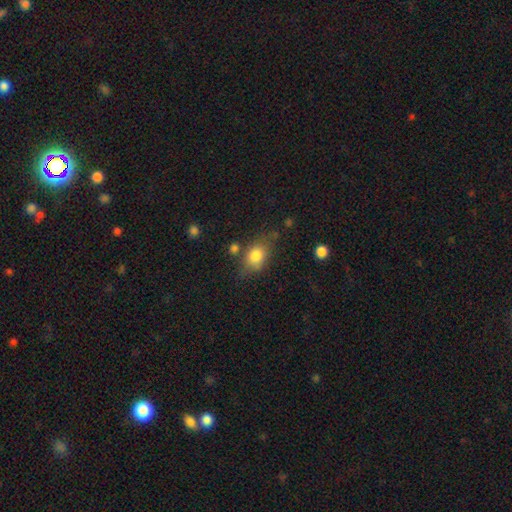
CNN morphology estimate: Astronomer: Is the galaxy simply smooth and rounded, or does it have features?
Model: smooth — 78%.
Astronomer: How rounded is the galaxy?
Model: in between — 73%.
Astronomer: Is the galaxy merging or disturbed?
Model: none — 57%.